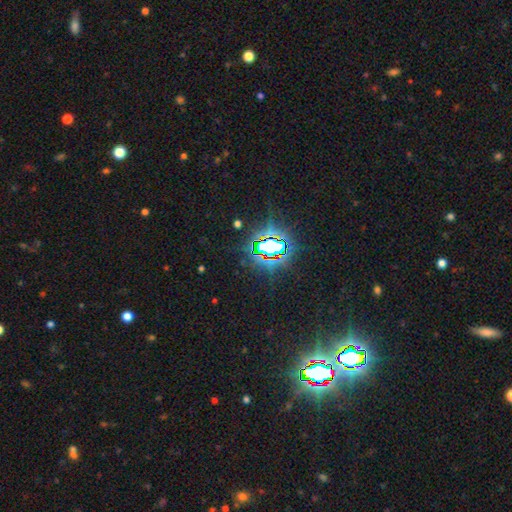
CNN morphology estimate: Smooth or featured? Predicted: star or artifact (p=0.84).